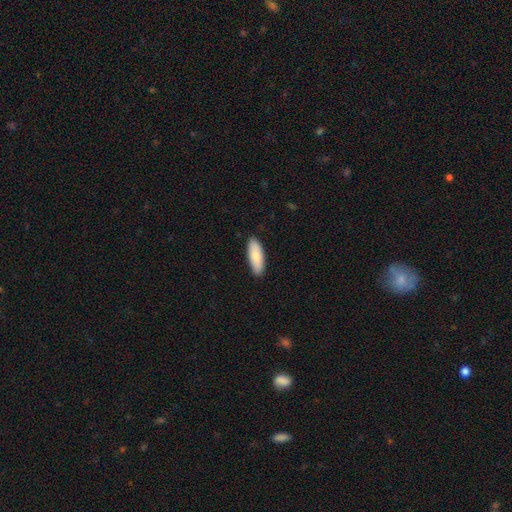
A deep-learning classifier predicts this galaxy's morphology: Smooth or featured?
  - smooth: 82% *
  - featured or disk: 13%
  - star or artifact: 5%
How rounded?
  - in between: 66% *
  - cigar-shaped: 32%
  - round: 2%
Merging?
  - none: 89% *
  - minor disturbance: 8%
  - major disturbance: 1%
  - merger: 1%